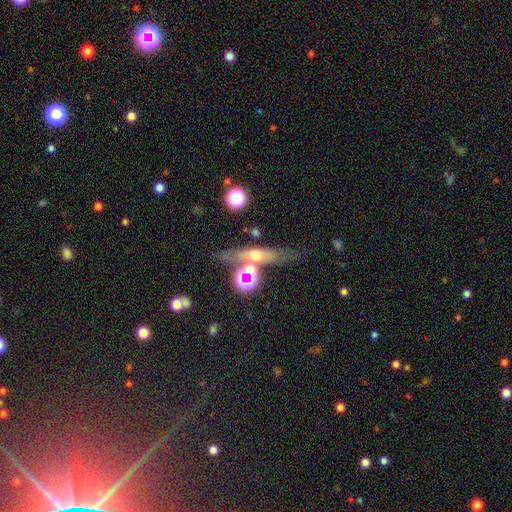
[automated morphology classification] smooth_or_featured: featured or disk (p=0.45) [alt: smooth p=0.36]
merging: none (p=0.57) [alt: merger p=0.19]